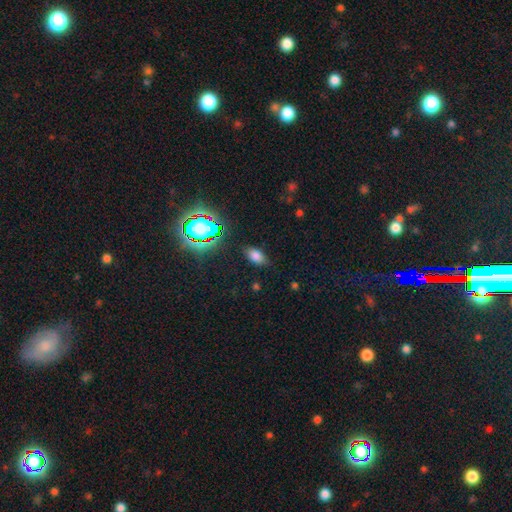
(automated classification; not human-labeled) Q: Smooth or featured?
A: smooth (72%); runner-up: star or artifact (19%)
Q: How rounded?
A: in between (89%); runner-up: round (8%)
Q: Merging?
A: none (81%); runner-up: minor disturbance (14%)